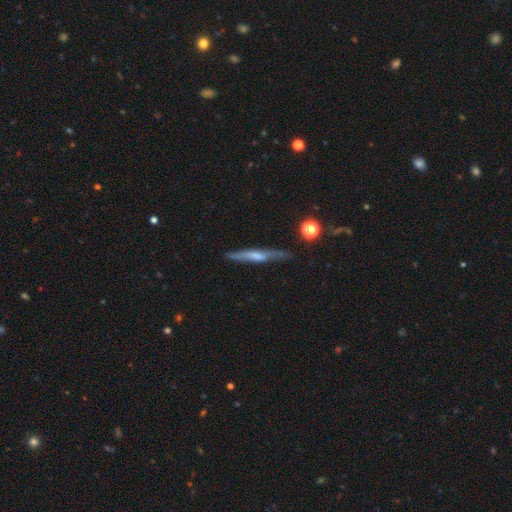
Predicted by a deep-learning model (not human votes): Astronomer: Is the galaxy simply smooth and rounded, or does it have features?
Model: featured or disk — 52% (runner-up: smooth, 40%).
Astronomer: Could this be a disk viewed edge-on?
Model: yes — 91%.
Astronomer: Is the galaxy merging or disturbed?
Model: none — 80%.